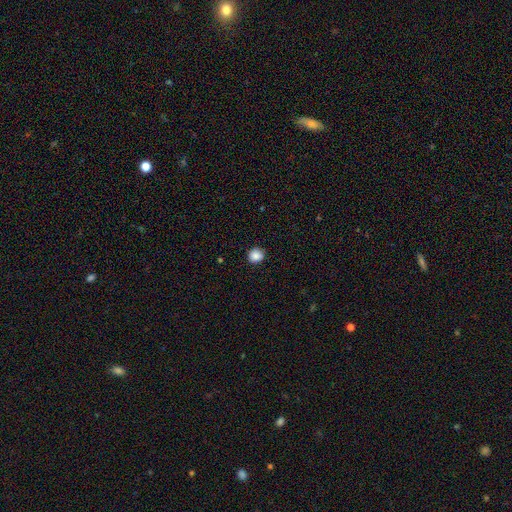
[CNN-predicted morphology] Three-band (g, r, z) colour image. It shows a smooth galaxy with no disk features (87%) that is round (89%). Merging: none (90%).